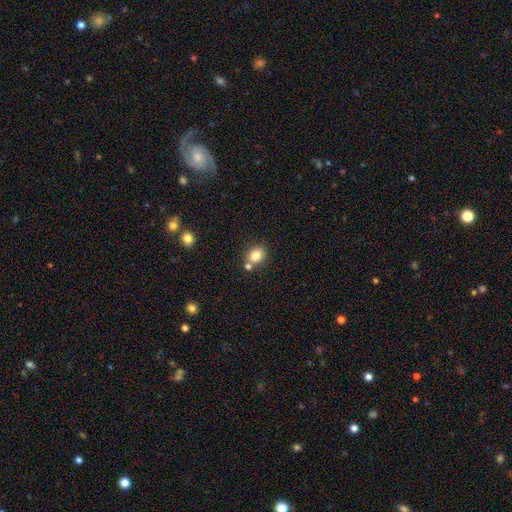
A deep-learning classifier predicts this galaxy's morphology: smooth 81%, star or artifact 11%, featured or disk 8%. Down the decision tree: how rounded — round (61%); merging — none (64%).